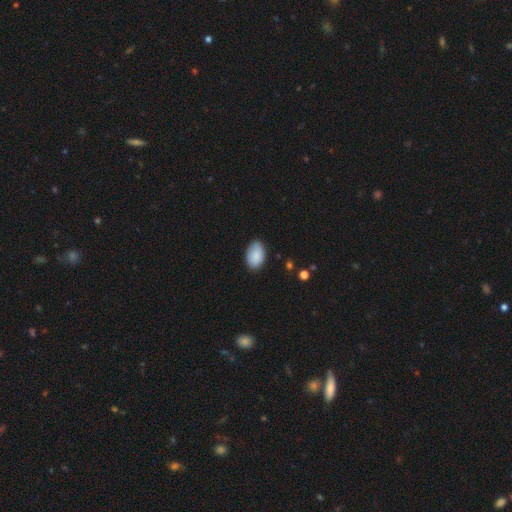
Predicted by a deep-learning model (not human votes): The model was most divided on "merging": none: 83%, minor disturbance: 14%, major disturbance: 3%, merger: 1%. More confident: how rounded — in between (92%); smooth or featured — smooth (89%).